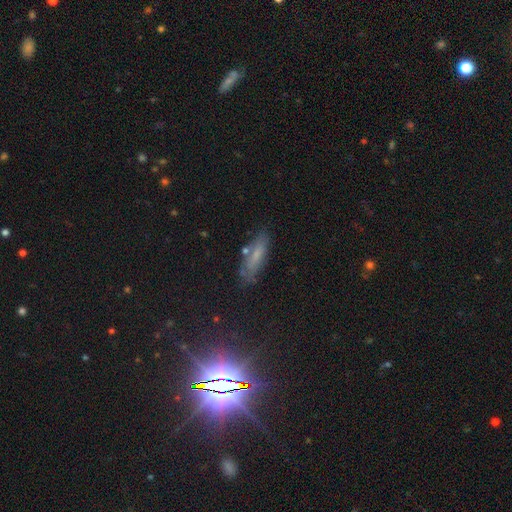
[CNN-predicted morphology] type=smooth (53%); roundness=cigar-shaped (54%); merging=none (71%).